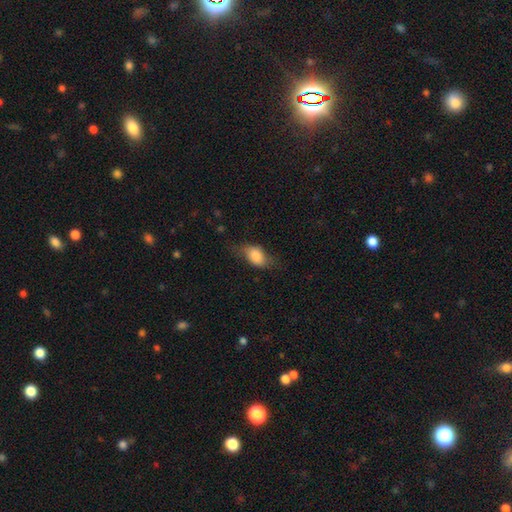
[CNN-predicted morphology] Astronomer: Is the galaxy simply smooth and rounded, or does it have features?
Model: smooth — 79%.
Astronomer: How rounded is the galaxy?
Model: in between — 86%.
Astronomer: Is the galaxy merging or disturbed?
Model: none — 54%.